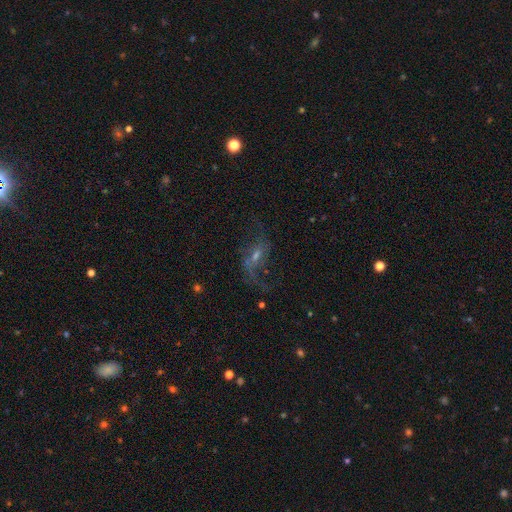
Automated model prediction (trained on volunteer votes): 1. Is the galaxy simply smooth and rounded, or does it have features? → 73% featured or disk, 14% star or artifact, 13% smooth.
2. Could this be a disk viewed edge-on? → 94% no, 6% yes.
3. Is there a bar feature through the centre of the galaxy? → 46% weak, 33% no, 20% strong.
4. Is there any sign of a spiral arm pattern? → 87% yes, 13% no.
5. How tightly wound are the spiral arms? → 80% loose, 16% medium, 4% tight.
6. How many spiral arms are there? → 82% 2, 9% 1, 5% can't tell, 2% 3, 1% 4, 1% more than 4.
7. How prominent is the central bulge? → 52% small, 36% moderate, 7% none, 3% large, 1% dominant.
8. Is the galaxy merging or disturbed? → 58% none, 23% major disturbance, 16% minor disturbance, 4% merger.